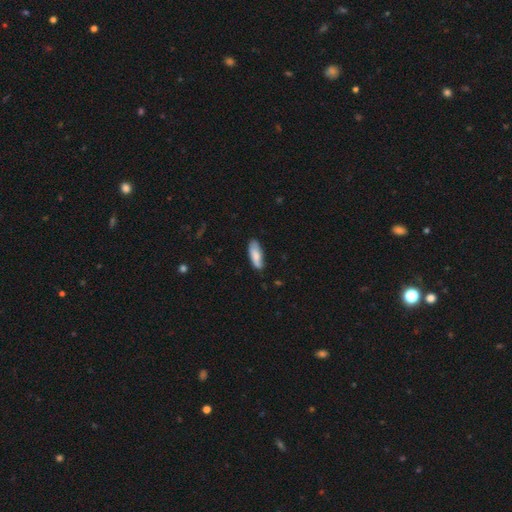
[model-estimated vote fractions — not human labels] Q: Smooth or featured?
A: smooth (75%); runner-up: featured or disk (19%)
Q: How rounded?
A: in between (67%); runner-up: cigar-shaped (32%)
Q: Merging?
A: none (70%); runner-up: minor disturbance (23%)